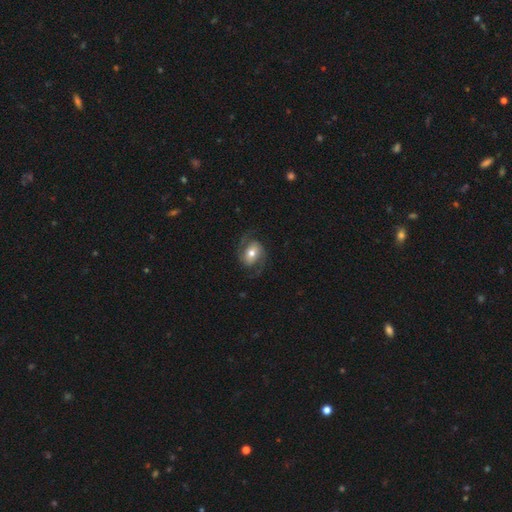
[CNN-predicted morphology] A featured or disk galaxy (76%) with no bar (45%), 2 (91%) medium (50%) spiral arms (93%) and a moderate central bulge (68%). Merging: none (76%).